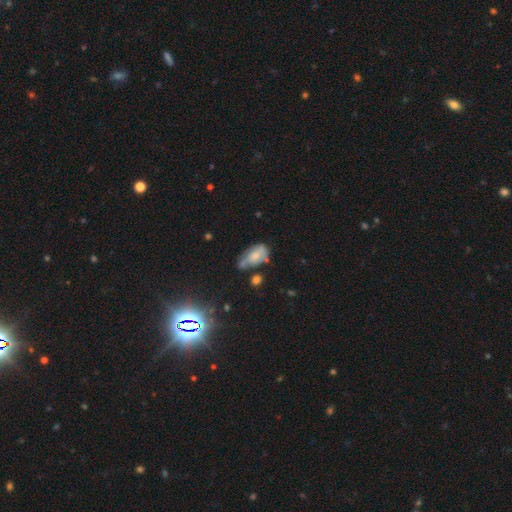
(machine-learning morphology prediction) Smooth or featured? Predicted: smooth (p=0.63). How rounded? Predicted: in between (p=0.90). Merging? Predicted: none (p=0.34, tied with minor disturbance).